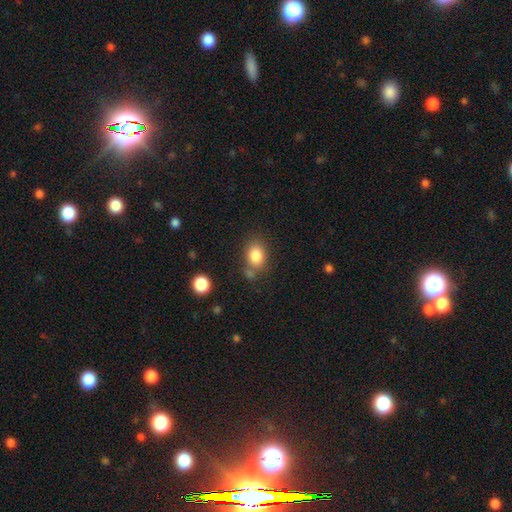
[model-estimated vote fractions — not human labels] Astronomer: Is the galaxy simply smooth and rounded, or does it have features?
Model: smooth — 83%.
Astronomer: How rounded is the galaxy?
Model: in between — 66%.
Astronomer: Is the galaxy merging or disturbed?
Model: none — 65%.